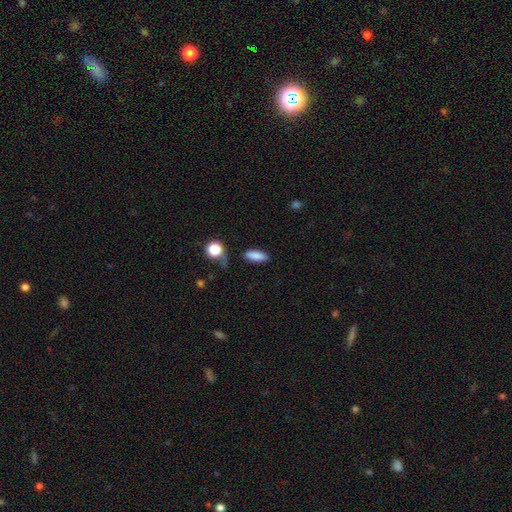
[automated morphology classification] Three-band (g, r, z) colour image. It shows a smooth galaxy with no disk features (86%) that is in between round and cigar-shaped (75%). Merging: none (76%).